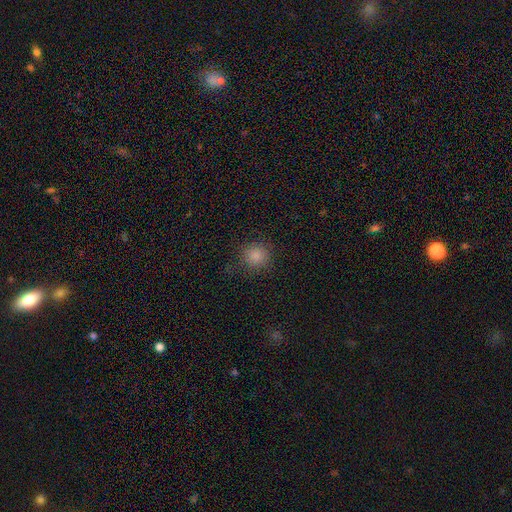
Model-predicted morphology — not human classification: Overall: smooth (84%). How rounded: round (92%). Merging: none (84%).